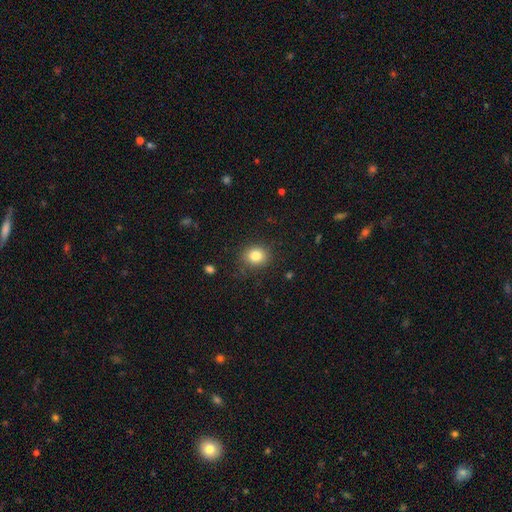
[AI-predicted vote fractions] Q: Smooth or featured?
A: smooth (82%); runner-up: star or artifact (11%)
Q: How rounded?
A: round (73%); runner-up: in between (26%)
Q: Merging?
A: none (85%); runner-up: minor disturbance (11%)